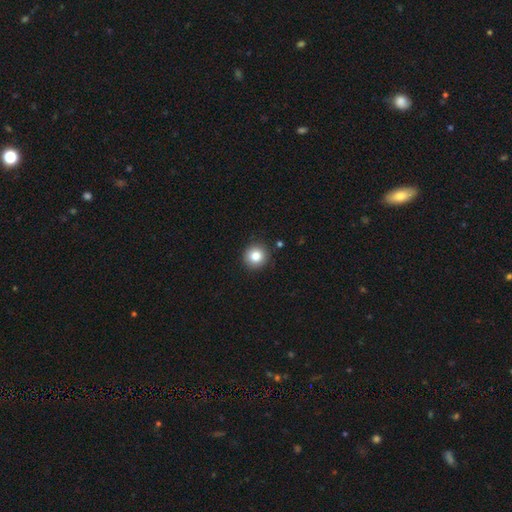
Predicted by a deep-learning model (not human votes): Smooth or featured? smooth (83%)
How rounded? round (94%)
Merging? none (91%)